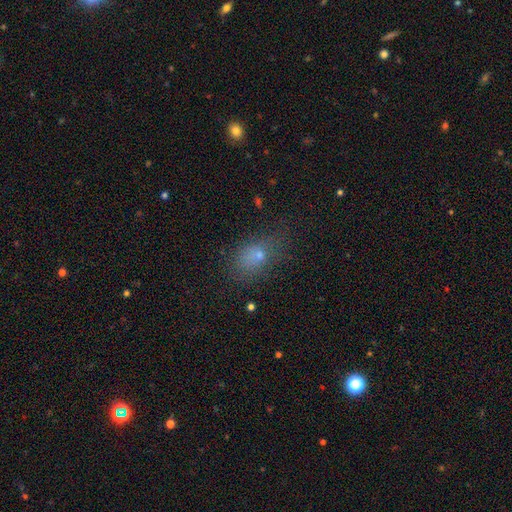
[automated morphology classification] The model was most divided on "merging": none: 53%, minor disturbance: 25%, major disturbance: 17%, merger: 5%. More confident: how rounded — in between (76%); smooth or featured — smooth (68%).